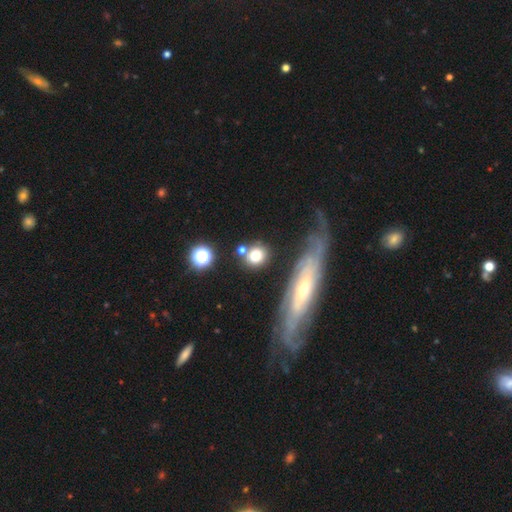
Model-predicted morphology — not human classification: Smooth or featured?
  - smooth: 74% *
  - featured or disk: 14%
  - star or artifact: 12%
How rounded?
  - round: 80% *
  - in between: 18%
  - cigar-shaped: 2%
Merging?
  - none: 70% *
  - merger: 13%
  - minor disturbance: 12%
  - major disturbance: 5%